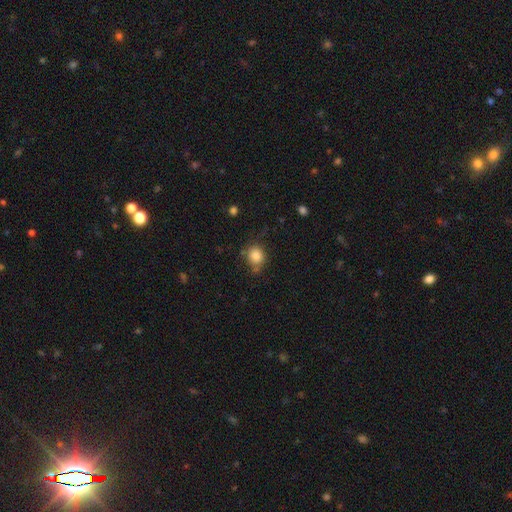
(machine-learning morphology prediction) This appears to be a smooth galaxy with no disk features (84%) that is round (78%). Merging: none (74%).